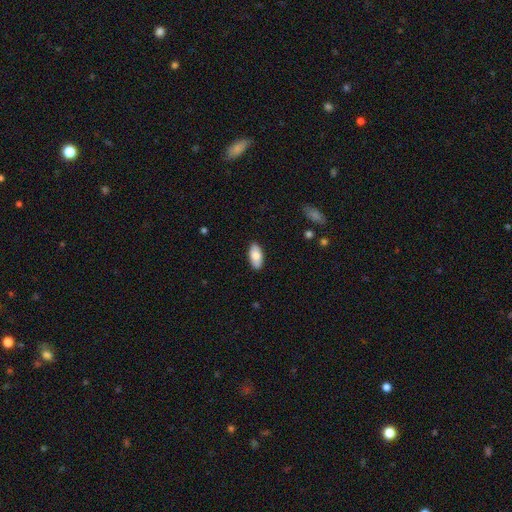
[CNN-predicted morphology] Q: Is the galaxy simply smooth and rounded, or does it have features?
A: smooth — 80%.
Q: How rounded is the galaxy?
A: in between — 93%.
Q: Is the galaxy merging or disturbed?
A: none — 89%.